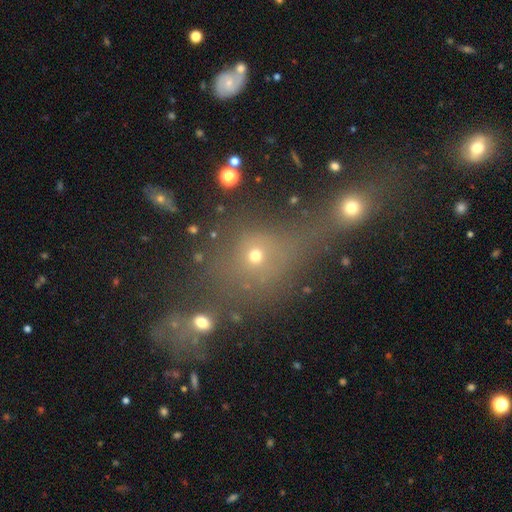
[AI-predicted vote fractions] Smooth or featured: smooth — 58% (star or artifact — 26%)
How rounded: round — 70% (in between — 26%)
Merging: merger — 51% (none — 31%)